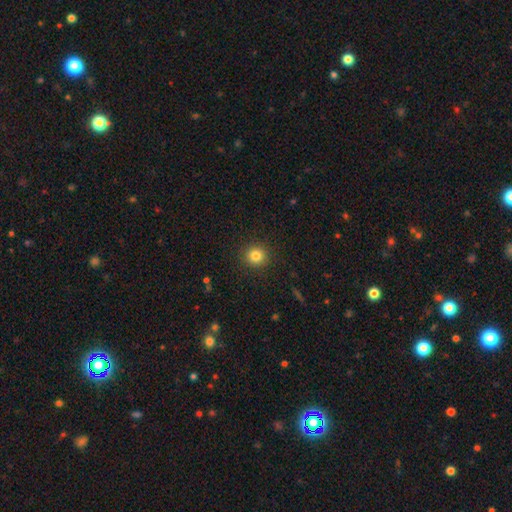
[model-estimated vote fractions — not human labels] This is clearly a smooth galaxy (83%). How rounded: clearly round (92%). Merging: clearly none (91%).